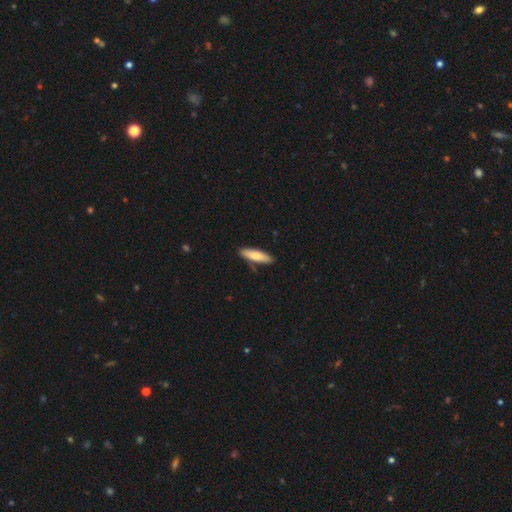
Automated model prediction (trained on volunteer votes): smooth-or-featured: smooth: 76% | featured or disk: 19% | star or artifact: 5%
  how-rounded: cigar-shaped: 63% | in between: 35% | round: 2%
  merging: none: 84% | minor disturbance: 12% | merger: 2% | major disturbance: 2%